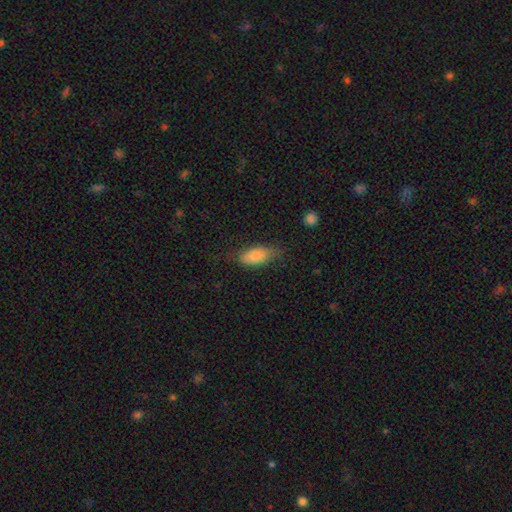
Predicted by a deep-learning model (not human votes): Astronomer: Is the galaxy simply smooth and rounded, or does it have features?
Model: smooth — 84%.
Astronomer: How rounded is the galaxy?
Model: in between — 85%.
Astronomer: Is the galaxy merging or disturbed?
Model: none — 65%.